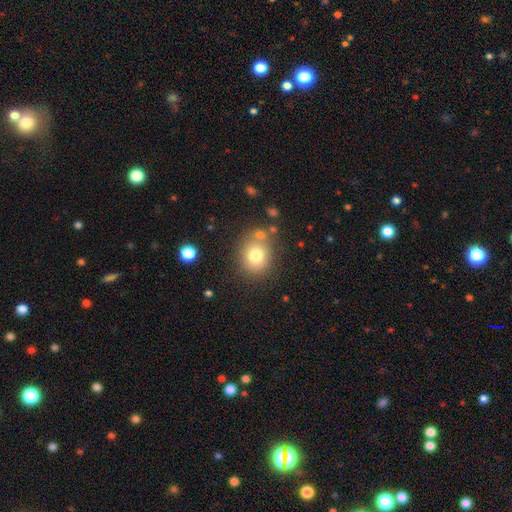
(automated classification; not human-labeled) Smooth or featured: smooth — 77% (star or artifact — 12%)
How rounded: round — 76% (in between — 23%)
Merging: none — 72% (merger — 12%)